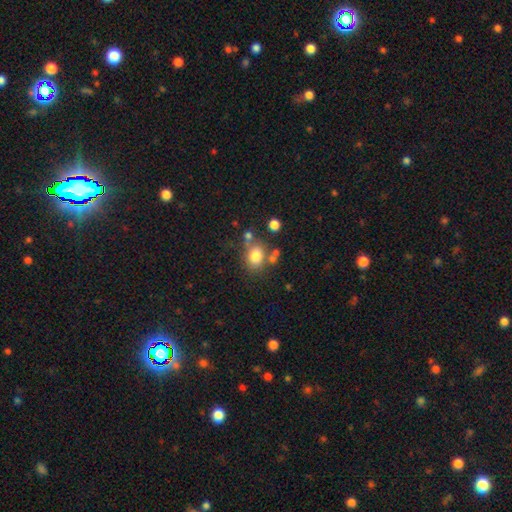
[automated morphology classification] smooth_or_featured: smooth (p=0.78) [alt: star or artifact p=0.11]
how_rounded: round (p=0.52) [alt: in between p=0.47]
merging: none (p=0.61) [alt: merger p=0.17]